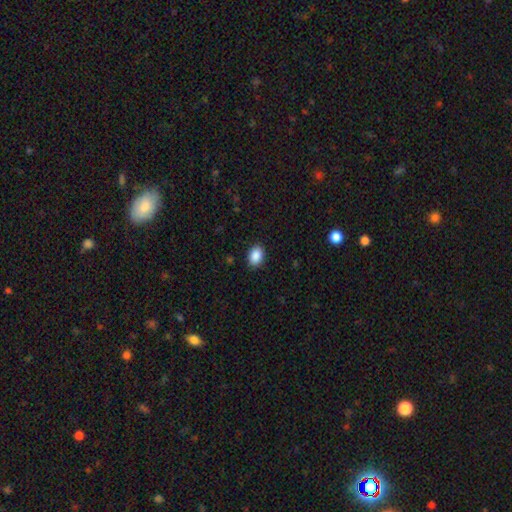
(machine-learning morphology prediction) A smooth galaxy with no disk features (89%) that is in between round and cigar-shaped (74%).

Vote fractions:
- Smooth or featured? smooth: 89% / star or artifact: 8% / featured or disk: 3%
- How rounded? in between: 74% / round: 25% / cigar-shaped: 1%
- Merging? none: 90% / minor disturbance: 8% / major disturbance: 2% / merger: 1%